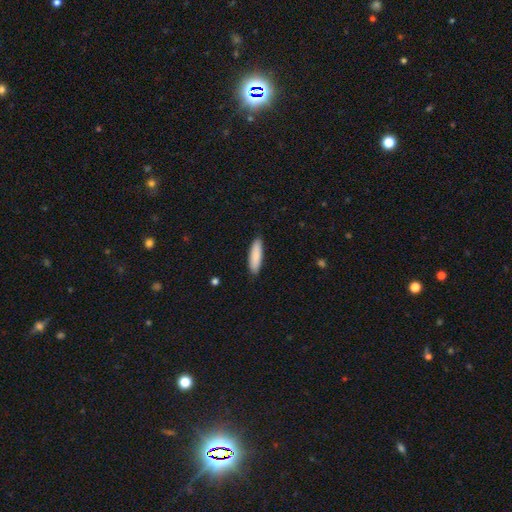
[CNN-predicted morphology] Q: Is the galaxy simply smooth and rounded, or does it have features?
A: smooth — 87%.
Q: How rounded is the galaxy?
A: cigar-shaped — 60%.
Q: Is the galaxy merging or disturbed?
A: none — 88%.